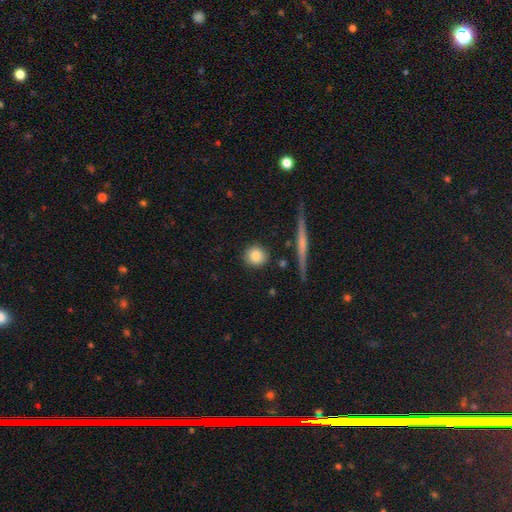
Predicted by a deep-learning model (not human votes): This is clearly a smooth galaxy (82%). How rounded: clearly round (90%). Merging: clearly none (87%).